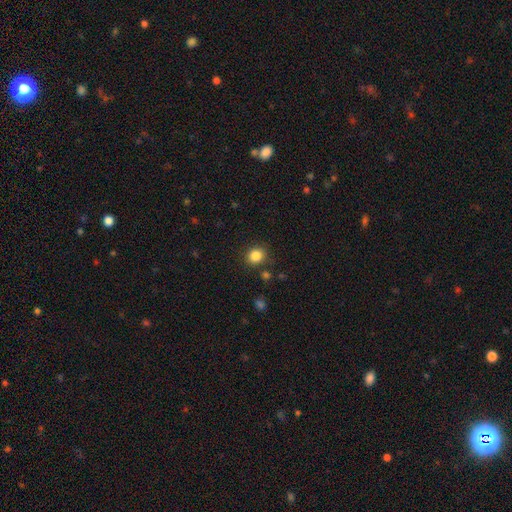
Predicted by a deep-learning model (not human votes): This appears to be a smooth galaxy with no disk features (84%) that is round (80%). Merging: none (86%).